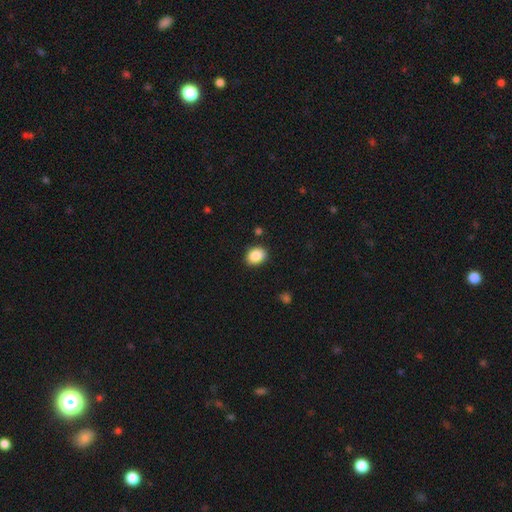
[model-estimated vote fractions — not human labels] smooth 88%, star or artifact 8%, featured or disk 4%. Down the decision tree: how rounded — in between (55%); merging — none (87%).